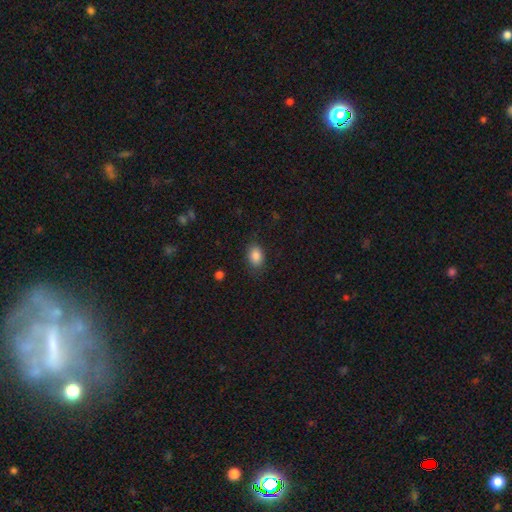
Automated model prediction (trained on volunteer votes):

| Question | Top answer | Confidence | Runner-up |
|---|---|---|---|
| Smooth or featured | smooth | 87% | star or artifact (9%) |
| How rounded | in between | 79% | round (20%) |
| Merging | none | 82% | minor disturbance (13%) |